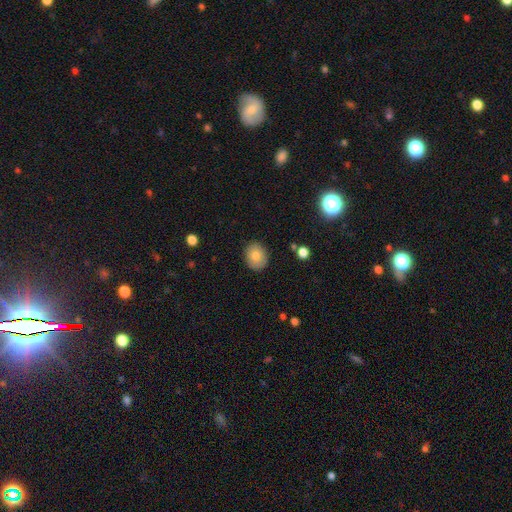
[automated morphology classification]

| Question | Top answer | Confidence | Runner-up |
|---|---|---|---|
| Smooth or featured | smooth | 81% | featured or disk (10%) |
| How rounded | round | 54% | in between (45%) |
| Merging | none | 87% | minor disturbance (9%) |